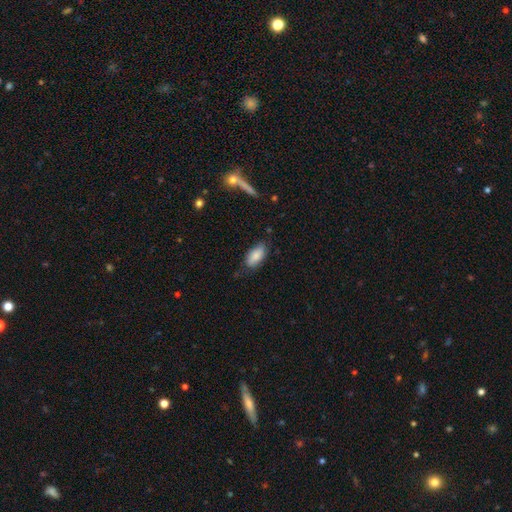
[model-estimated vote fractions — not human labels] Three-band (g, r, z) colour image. It shows a smooth galaxy with no disk features (83%) that is in between round and cigar-shaped (89%). Merging: none (70%).